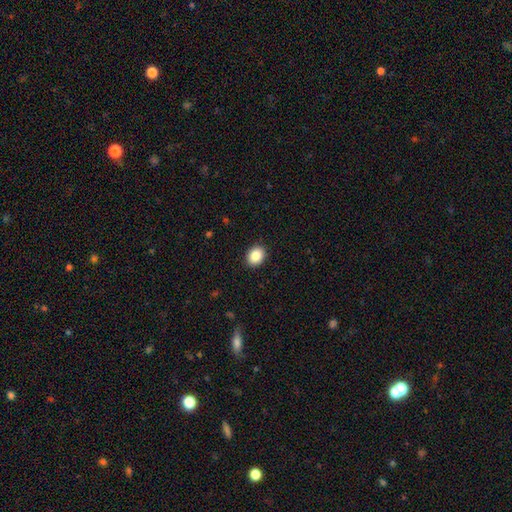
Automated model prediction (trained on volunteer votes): smooth-or-featured: smooth: 87% | star or artifact: 8% | featured or disk: 5%
  how-rounded: in between: 53% | round: 46% | cigar-shaped: 1%
  merging: none: 91% | minor disturbance: 6% | major disturbance: 2% | merger: 1%